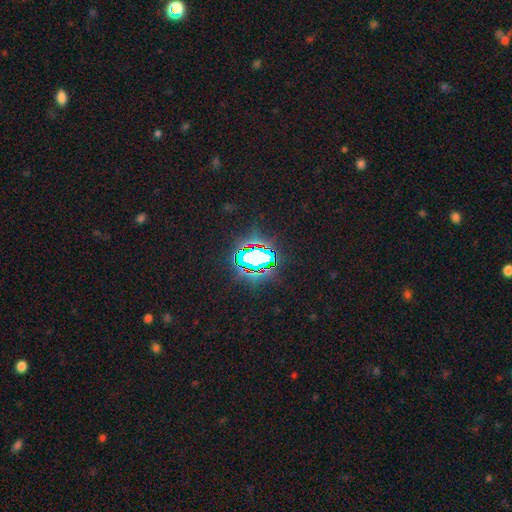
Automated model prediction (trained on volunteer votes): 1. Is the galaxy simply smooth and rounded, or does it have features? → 70% star or artifact, 18% smooth, 12% featured or disk.